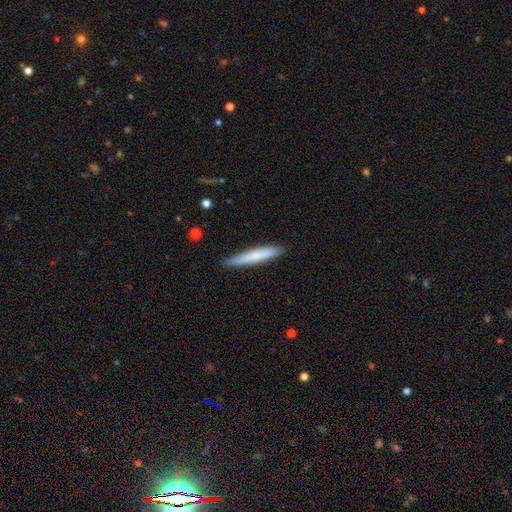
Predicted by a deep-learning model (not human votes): Smooth or featured?
  - smooth: 70% *
  - featured or disk: 24%
  - star or artifact: 6%
How rounded?
  - cigar-shaped: 95% *
  - in between: 4%
  - round: 1%
Merging?
  - none: 88% *
  - minor disturbance: 9%
  - major disturbance: 2%
  - merger: 1%